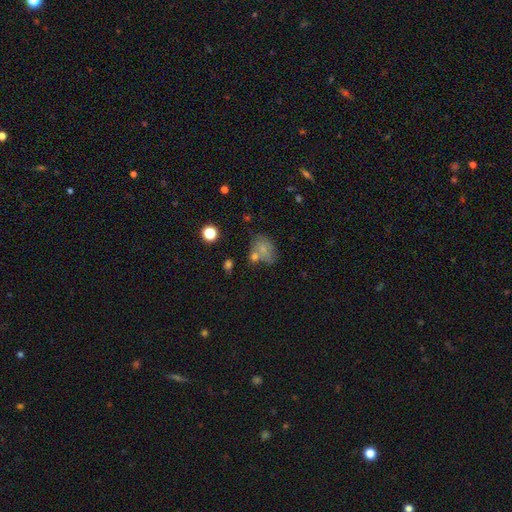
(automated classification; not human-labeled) smooth 51%, star or artifact 25%, featured or disk 25%. Down the decision tree: how rounded — in between (51%); merging — none (54%).